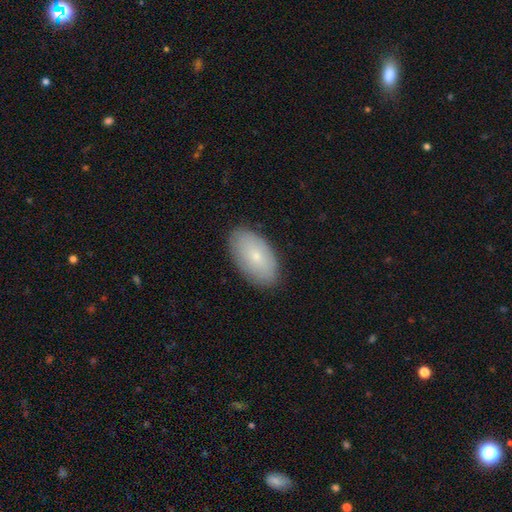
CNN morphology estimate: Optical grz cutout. It shows a smooth galaxy with no disk features (73%) that is in between round and cigar-shaped (95%). Merging: none (87%).